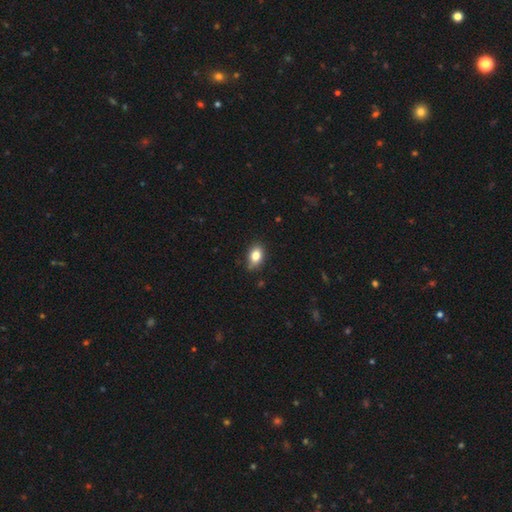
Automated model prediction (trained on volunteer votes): A smooth galaxy with no disk features (82%) that is in between round and cigar-shaped (82%).

Vote fractions:
- Smooth or featured? smooth: 82% / featured or disk: 9% / star or artifact: 9%
- How rounded? in between: 82% / round: 16% / cigar-shaped: 2%
- Merging? none: 78% / minor disturbance: 18% / major disturbance: 3% / merger: 1%